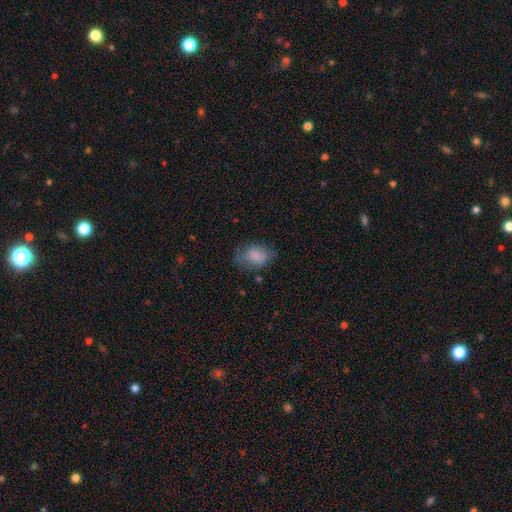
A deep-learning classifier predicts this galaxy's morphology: Smooth or featured: smooth — 77% (featured or disk — 15%)
How rounded: in between — 75% (round — 24%)
Merging: none — 57% (minor disturbance — 28%)